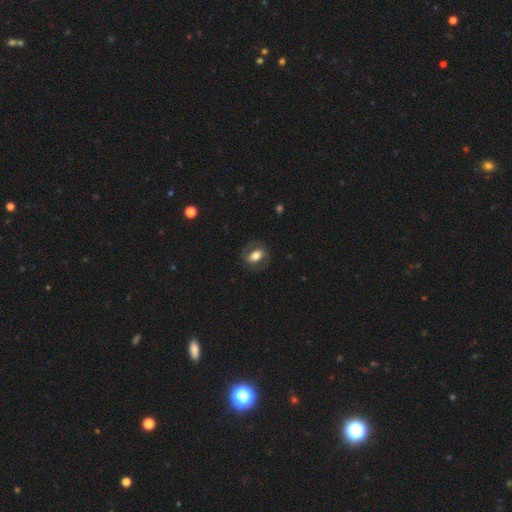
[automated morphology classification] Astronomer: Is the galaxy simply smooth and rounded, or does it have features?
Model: smooth — 49% (runner-up: featured or disk, 44%).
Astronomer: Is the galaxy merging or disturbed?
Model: none — 77%.